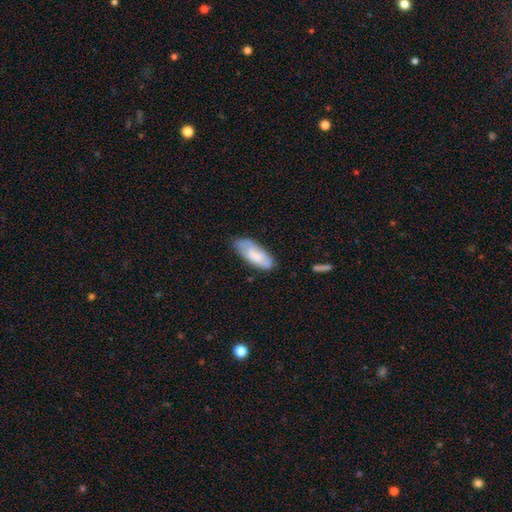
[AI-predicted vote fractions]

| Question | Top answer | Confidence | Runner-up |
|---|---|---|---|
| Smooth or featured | smooth | 71% | featured or disk (23%) |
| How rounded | in between | 79% | cigar-shaped (19%) |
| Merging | none | 63% | minor disturbance (28%) |